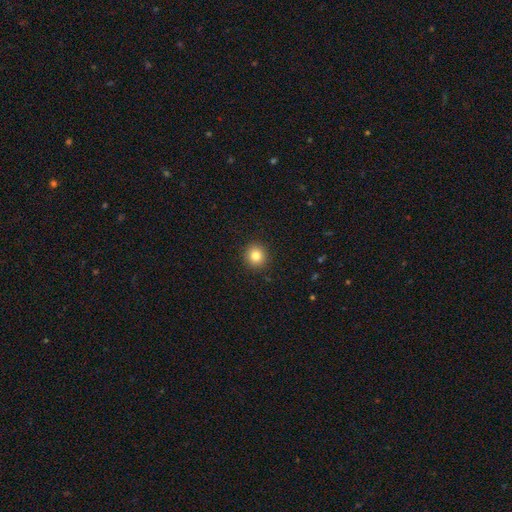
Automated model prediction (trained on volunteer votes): Smooth or featured? Predicted: smooth (p=0.82). How rounded? Predicted: round (p=0.91). Merging? Predicted: none (p=0.92).